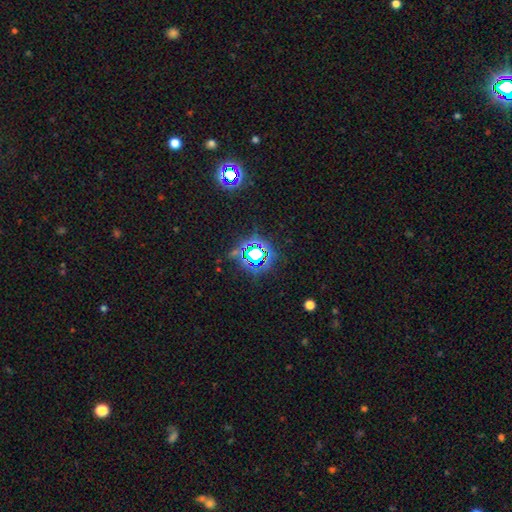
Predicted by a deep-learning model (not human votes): Smooth or featured? Predicted: star or artifact (p=0.74).